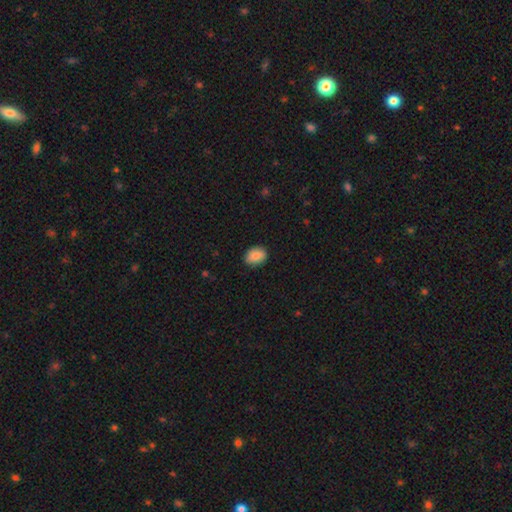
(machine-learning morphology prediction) Q: Smooth or featured?
A: smooth (87%); runner-up: star or artifact (8%)
Q: How rounded?
A: in between (67%); runner-up: round (32%)
Q: Merging?
A: none (84%); runner-up: minor disturbance (12%)